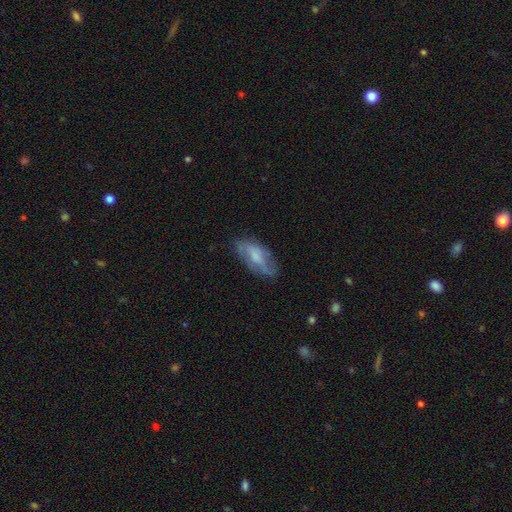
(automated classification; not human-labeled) Smooth or featured?
  - smooth: 51% *
  - featured or disk: 42%
  - star or artifact: 7%
How rounded?
  - in between: 83% *
  - cigar-shaped: 14%
  - round: 3%
Merging?
  - none: 63% *
  - minor disturbance: 25%
  - major disturbance: 11%
  - merger: 2%